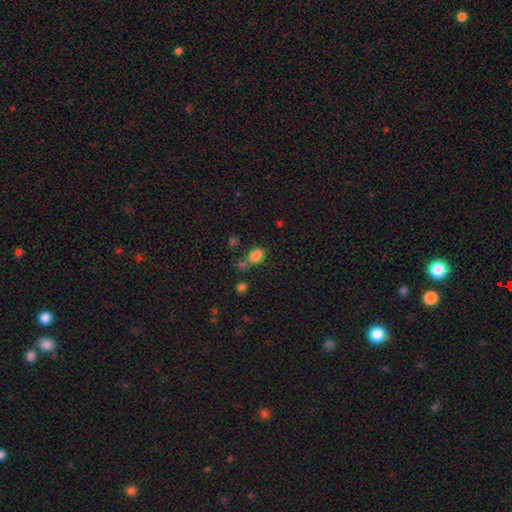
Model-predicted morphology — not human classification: smooth_or_featured: smooth (p=0.83) [alt: star or artifact p=0.12]
how_rounded: in between (p=0.74) [alt: round p=0.24]
merging: none (p=0.61) [alt: merger p=0.18]